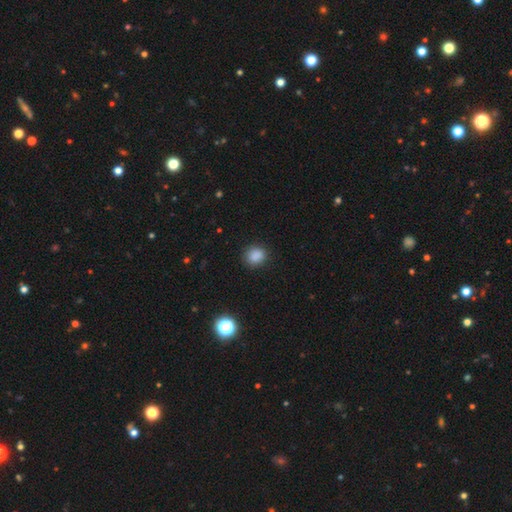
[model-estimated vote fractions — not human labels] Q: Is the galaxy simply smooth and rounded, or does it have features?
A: smooth — 85%.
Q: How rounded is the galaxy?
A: round — 72%.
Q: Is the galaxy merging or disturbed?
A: none — 85%.